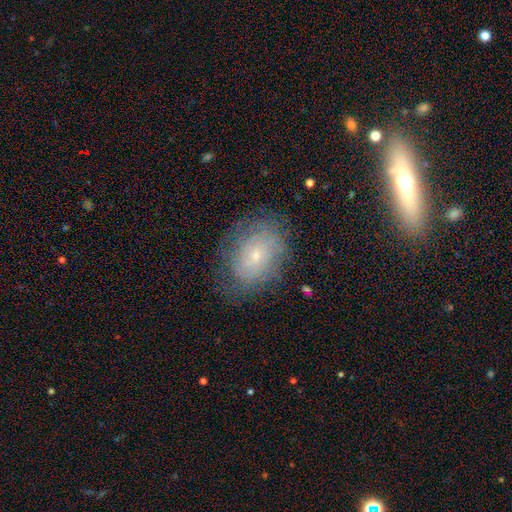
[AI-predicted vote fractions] A featured or disk galaxy (51%). Merging: none (73%).